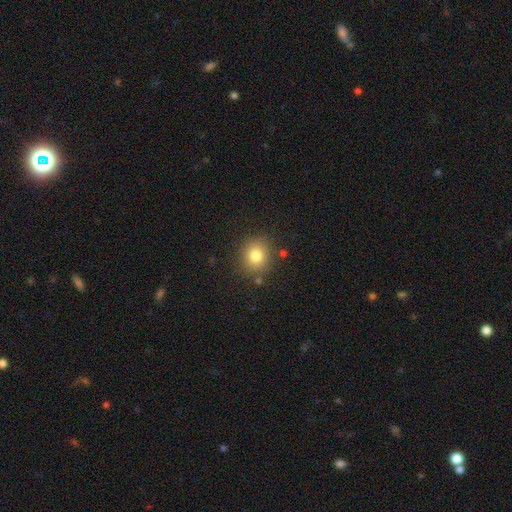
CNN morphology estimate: smooth_or_featured: smooth (p=0.79) [alt: star or artifact p=0.12]
how_rounded: round (p=0.83) [alt: in between p=0.16]
merging: none (p=0.85) [alt: minor disturbance p=0.09]